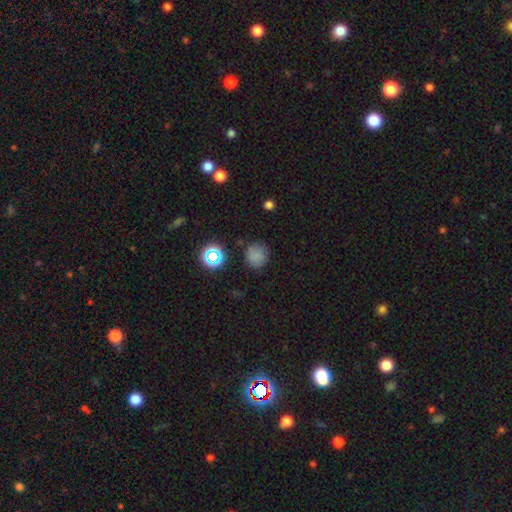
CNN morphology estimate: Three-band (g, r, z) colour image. It shows a smooth galaxy with no disk features (72%) that is round (86%). Merging: none (77%).